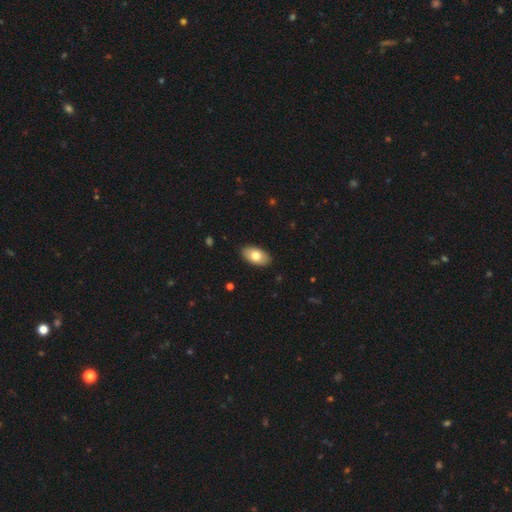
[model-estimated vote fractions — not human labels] This is likely a smooth galaxy (75%). How rounded: clearly in between (95%). Merging: clearly none (89%).